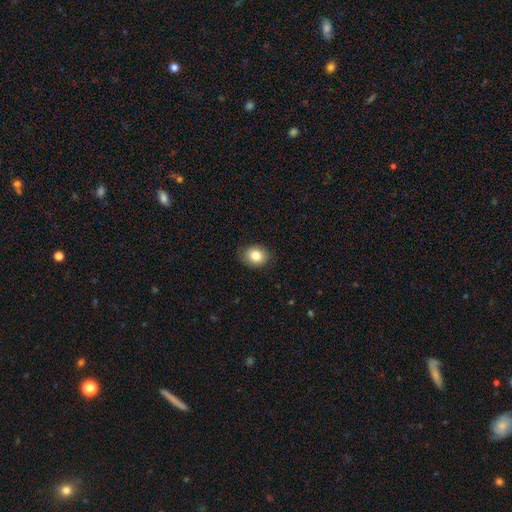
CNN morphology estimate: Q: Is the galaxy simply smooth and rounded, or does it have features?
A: smooth — 83%.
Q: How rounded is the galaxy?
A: round — 55%.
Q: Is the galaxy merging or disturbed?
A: none — 87%.